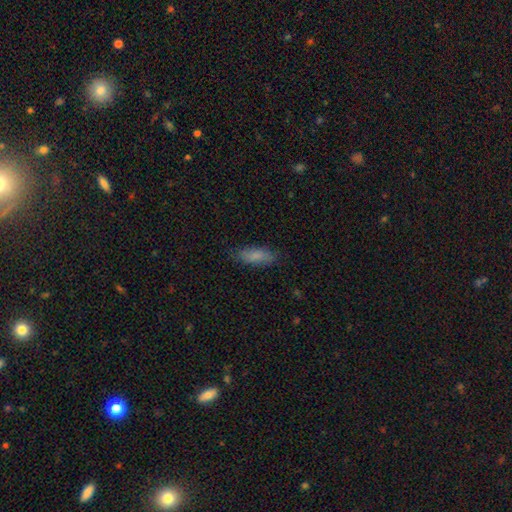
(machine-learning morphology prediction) Smooth or featured? smooth (83%)
How rounded? in between (68%)
Merging? none (81%)